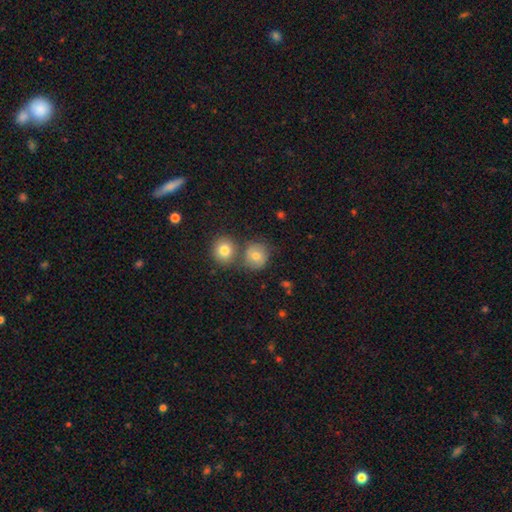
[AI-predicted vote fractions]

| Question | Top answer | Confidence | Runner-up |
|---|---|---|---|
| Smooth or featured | smooth | 75% | featured or disk (14%) |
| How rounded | round | 85% | in between (14%) |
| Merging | none | 60% | merger (24%) |